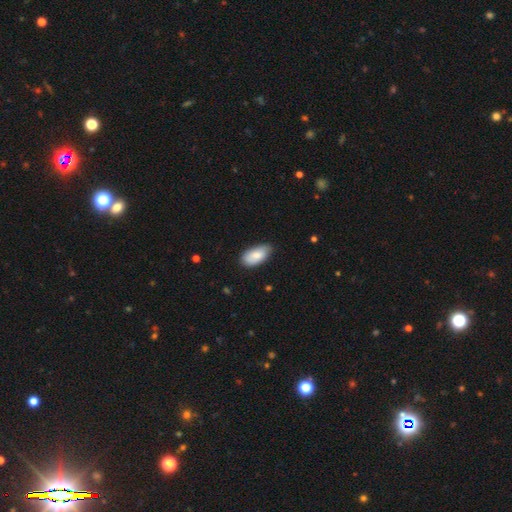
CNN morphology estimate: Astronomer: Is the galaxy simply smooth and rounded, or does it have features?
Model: smooth — 84%.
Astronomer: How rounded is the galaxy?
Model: in between — 94%.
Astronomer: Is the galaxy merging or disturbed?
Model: none — 74%.